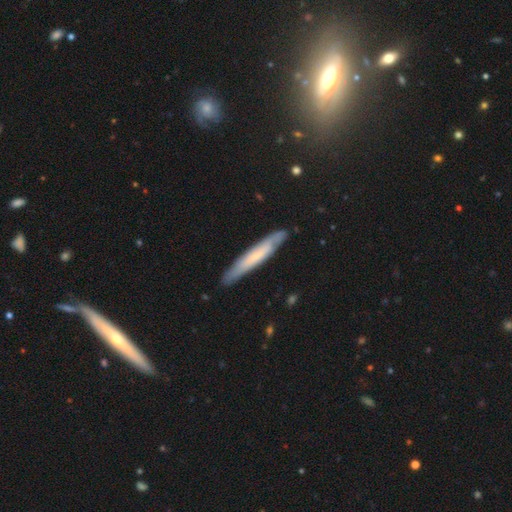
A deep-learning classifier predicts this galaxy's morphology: Q: Smooth or featured?
A: smooth (50%); runner-up: featured or disk (43%)
Q: How rounded?
A: cigar-shaped (94%); runner-up: in between (5%)
Q: Merging?
A: none (84%); runner-up: minor disturbance (12%)